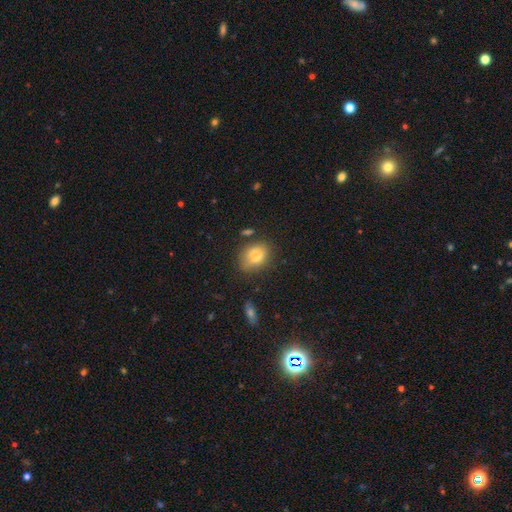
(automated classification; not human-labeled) Smooth or featured? Predicted: smooth (p=0.77). How rounded? Predicted: in between (p=0.65). Merging? Predicted: none (p=0.54).